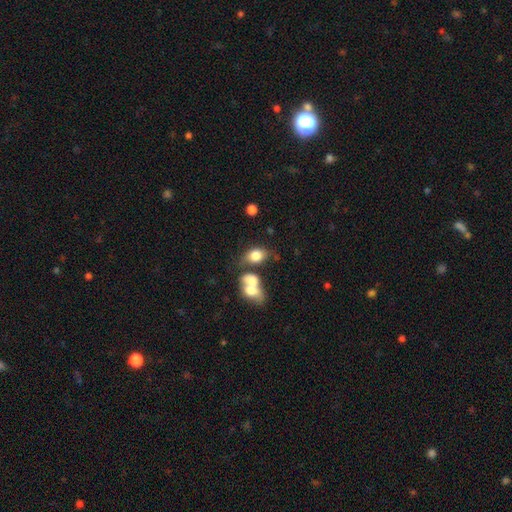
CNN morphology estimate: smooth-or-featured: smooth: 77% | featured or disk: 14% | star or artifact: 9%
  how-rounded: in between: 77% | round: 21% | cigar-shaped: 2%
  merging: merger: 40% | none: 39% | minor disturbance: 14% | major disturbance: 8%